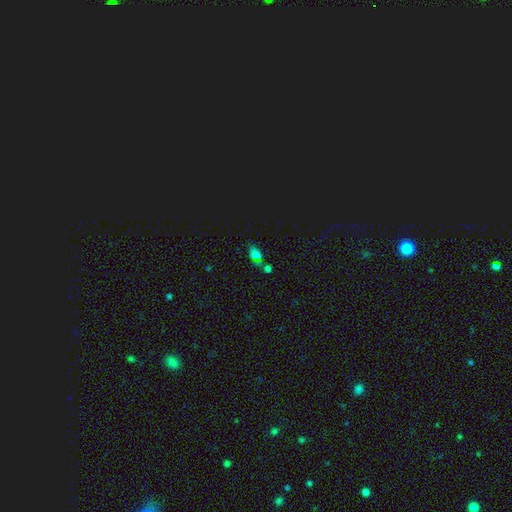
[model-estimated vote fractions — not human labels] Q: Smooth or featured?
A: smooth (57%); runner-up: star or artifact (32%)
Q: How rounded?
A: in between (78%); runner-up: round (17%)
Q: Merging?
A: none (50%); runner-up: merger (25%)